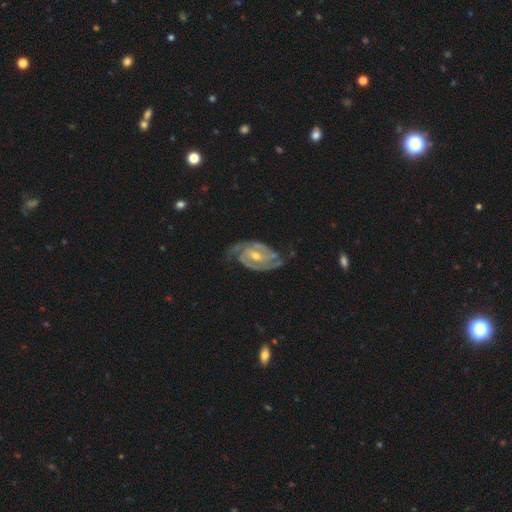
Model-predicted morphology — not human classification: This is clearly a featured or disk galaxy (91%). It is clearly not viewed edge-on (97%). Bar: possibly weak (46%). Spiral arm pattern: clearly yes (98%). Spiral arm count: likely 2 (78%). Spiral winding: possibly tight (52%). Central bulge: likely moderate (61%). Merging: likely none (72%).